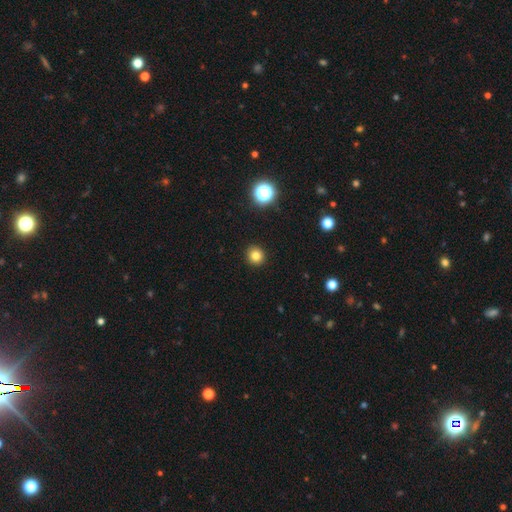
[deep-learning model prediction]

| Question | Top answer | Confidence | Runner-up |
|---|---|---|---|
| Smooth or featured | smooth | 80% | star or artifact (13%) |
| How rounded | round | 91% | in between (8%) |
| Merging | none | 93% | minor disturbance (5%) |